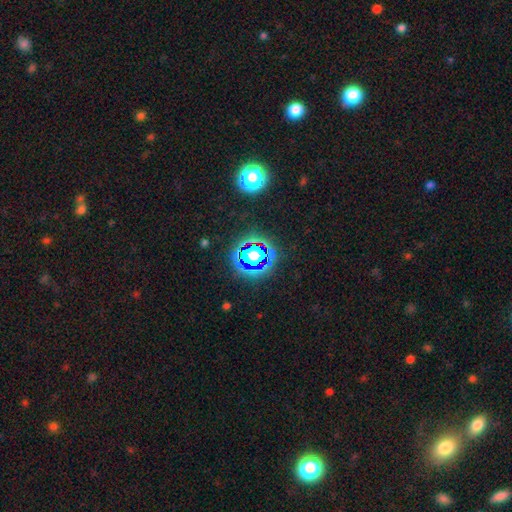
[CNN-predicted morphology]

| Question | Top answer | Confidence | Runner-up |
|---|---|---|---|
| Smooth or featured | star or artifact | 57% | smooth (30%) |